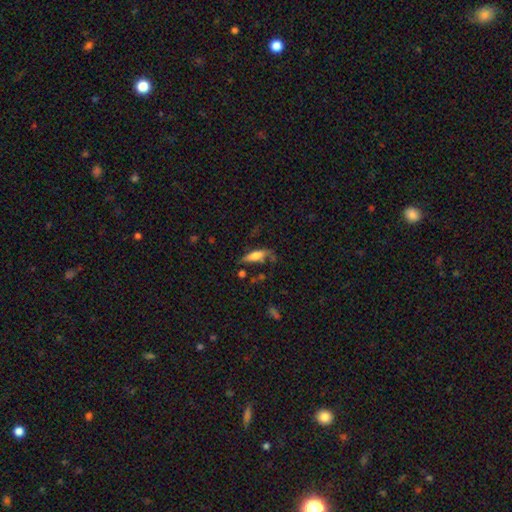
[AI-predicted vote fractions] This appears to be a smooth galaxy with no disk features (64%) that is cigar-shaped (52%). Merging: none (53%).